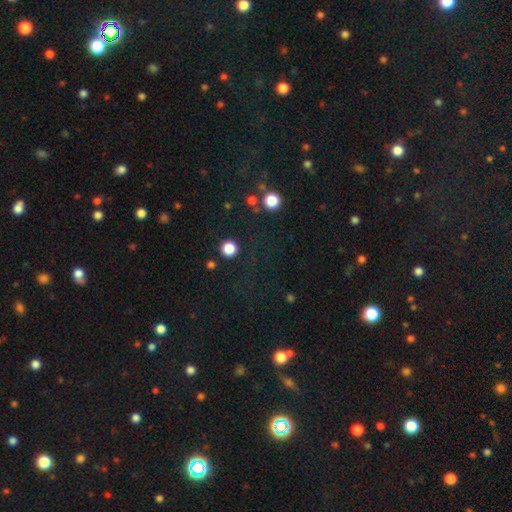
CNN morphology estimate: Smooth or featured? Predicted: star or artifact (p=0.62).